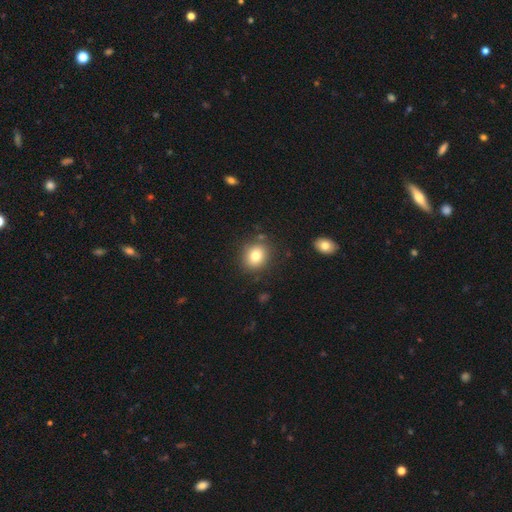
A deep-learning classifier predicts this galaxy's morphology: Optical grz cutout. It shows a smooth galaxy with no disk features (79%) that is round (75%). Merging: none (85%).